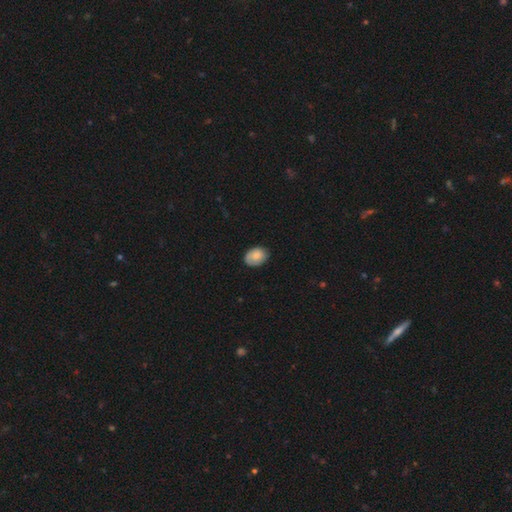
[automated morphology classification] The model was most divided on "how rounded": in between: 71%, round: 28%, cigar-shaped: 1%. More confident: smooth or featured — smooth (78%); merging — none (75%).